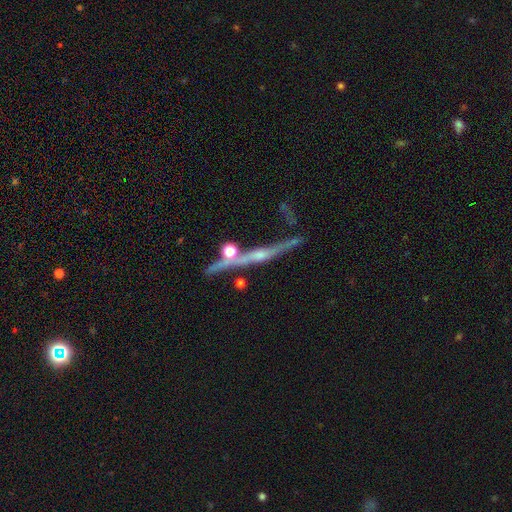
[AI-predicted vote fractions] Overall: featured or disk (78%). Edge-on disk: yes (94%). Edge-on bulge: rounded (81%). Merging: none (65%).